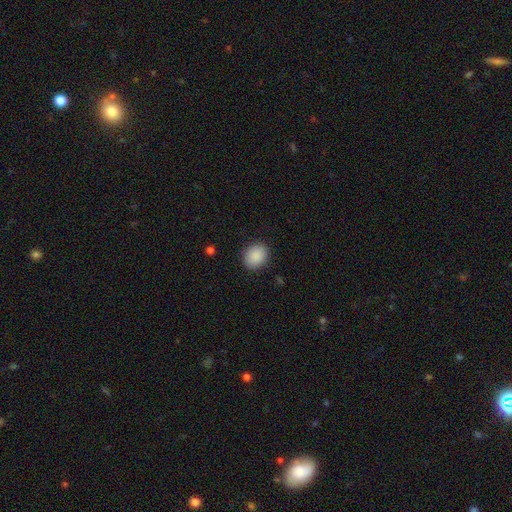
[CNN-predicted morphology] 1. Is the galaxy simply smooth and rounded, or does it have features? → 89% smooth, 8% star or artifact, 3% featured or disk.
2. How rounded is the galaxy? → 58% round, 42% in between, 1% cigar-shaped.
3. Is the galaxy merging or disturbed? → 88% none, 9% minor disturbance, 3% major disturbance, 1% merger.